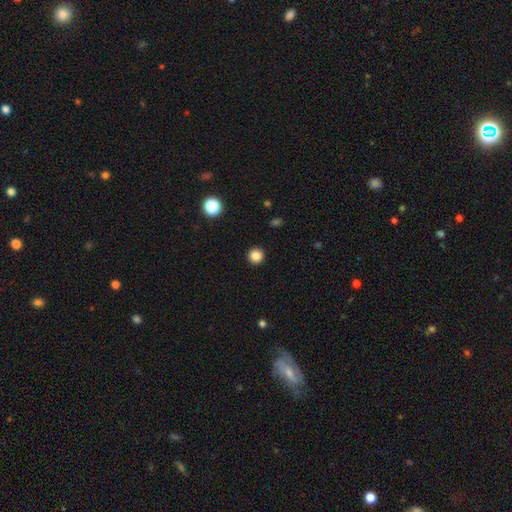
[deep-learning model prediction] A smooth galaxy with no disk features (85%) that is round (96%). Merging: none (93%).